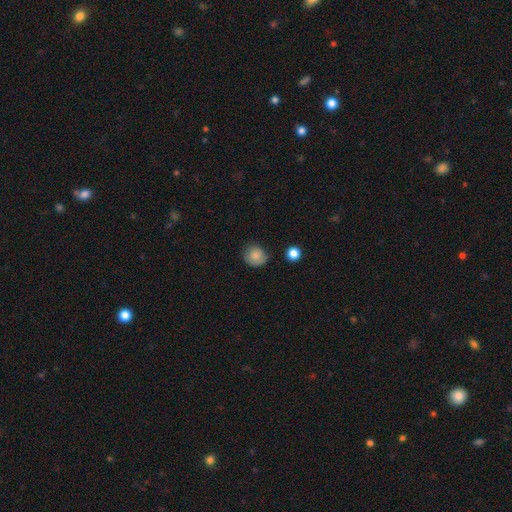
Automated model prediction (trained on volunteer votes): This is clearly a smooth galaxy (83%). How rounded: clearly round (86%). Merging: likely none (67%).